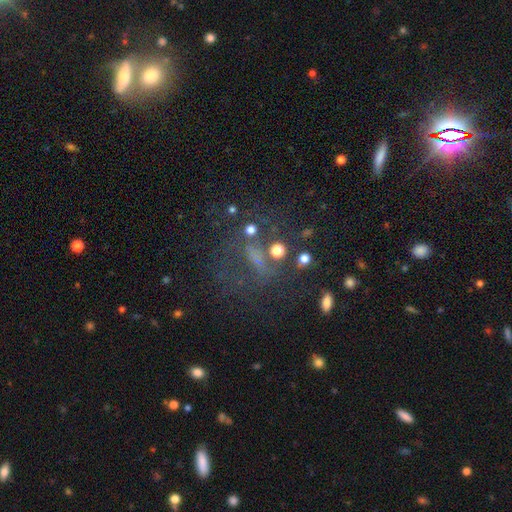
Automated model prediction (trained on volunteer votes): Smooth or featured?
  - star or artifact: 40% *
  - featured or disk: 31%
  - smooth: 29%